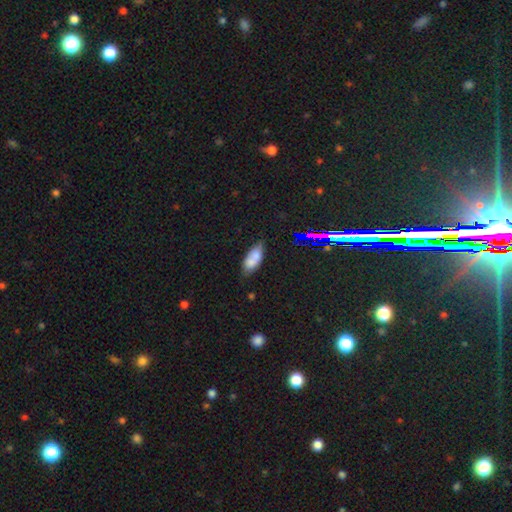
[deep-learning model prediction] Smooth or featured?
  - smooth: 72% *
  - featured or disk: 17%
  - star or artifact: 11%
How rounded?
  - in between: 83% *
  - cigar-shaped: 14%
  - round: 3%
Merging?
  - none: 60% *
  - minor disturbance: 25%
  - merger: 9%
  - major disturbance: 6%